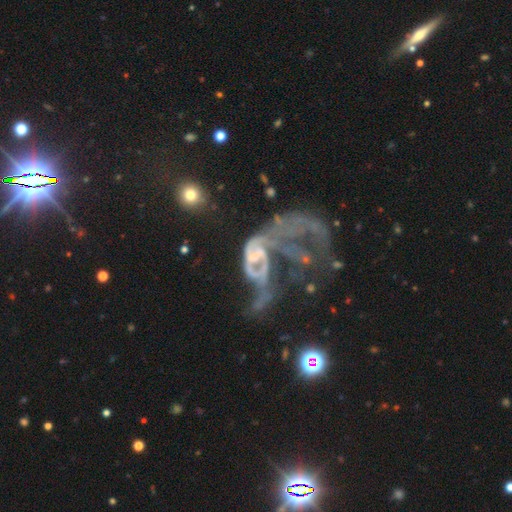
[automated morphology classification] smooth_or_featured: featured or disk (p=0.77) [alt: smooth p=0.12]
disk_edge_on: no (p=0.96) [alt: yes p=0.04]
bar: no (p=0.47) [alt: weak p=0.32]
has_spiral_arms: yes (p=0.70) [alt: no p=0.30]
spiral_winding: loose (p=0.55) [alt: medium p=0.29]
spiral_arm_count: 2 (p=0.51) [alt: 1 p=0.21]
bulge_size: small (p=0.37) [alt: none p=0.28]
merging: major disturbance (p=0.44) [alt: merger p=0.38]